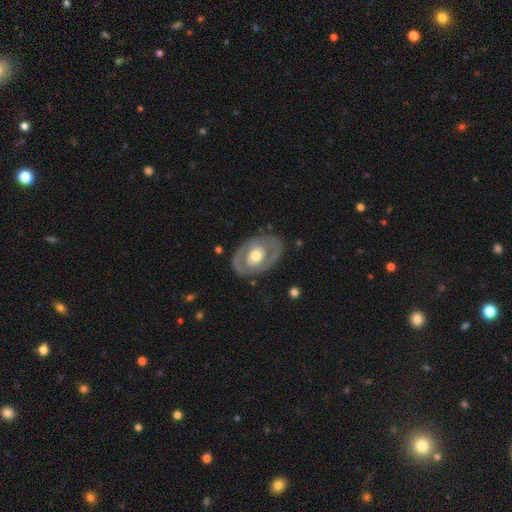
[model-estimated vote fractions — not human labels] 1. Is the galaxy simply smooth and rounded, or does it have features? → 69% featured or disk, 27% smooth, 4% star or artifact.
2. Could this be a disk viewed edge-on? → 94% no, 6% yes.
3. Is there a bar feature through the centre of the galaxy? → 68% no, 23% weak, 9% strong.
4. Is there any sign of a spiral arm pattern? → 58% no, 42% yes.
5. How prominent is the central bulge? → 66% moderate, 23% large, 9% small, 1% dominant, 1% none.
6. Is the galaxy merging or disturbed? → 78% none, 14% minor disturbance, 6% major disturbance, 1% merger.